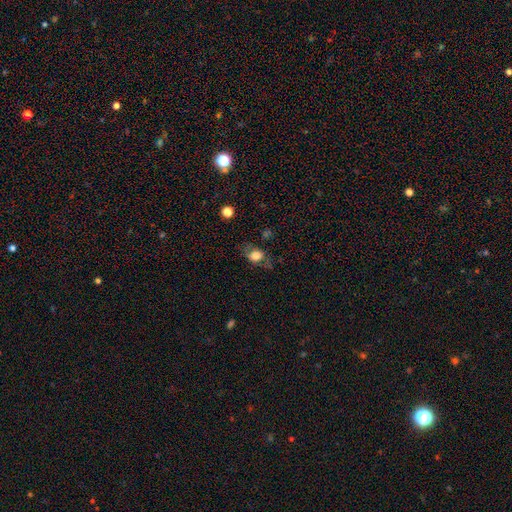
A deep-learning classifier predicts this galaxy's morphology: This appears to be a smooth galaxy with no disk features (65%) that is in between round and cigar-shaped (60%). Merging: none (63%).